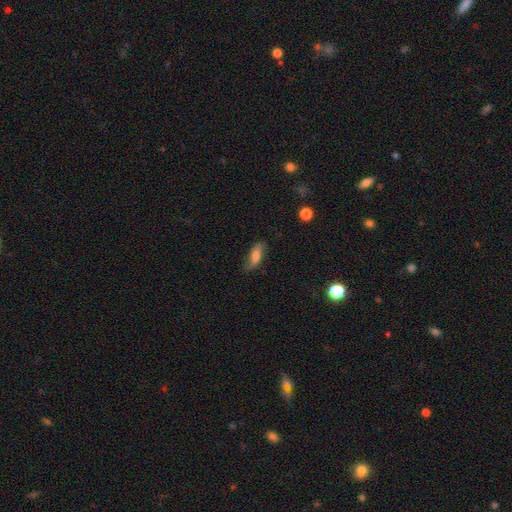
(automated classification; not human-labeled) smooth_or_featured: smooth (p=0.64) [alt: featured or disk p=0.28]
how_rounded: in between (p=0.66) [alt: cigar-shaped p=0.31]
merging: none (p=0.68) [alt: minor disturbance p=0.23]